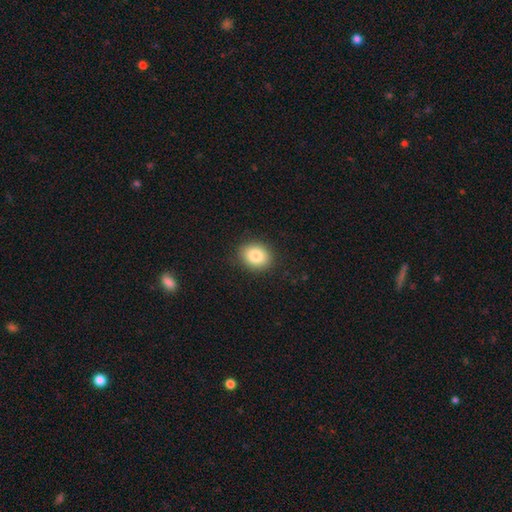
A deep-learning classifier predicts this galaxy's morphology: A smooth galaxy with no disk features (85%) that is round (53%). Merging: none (88%).